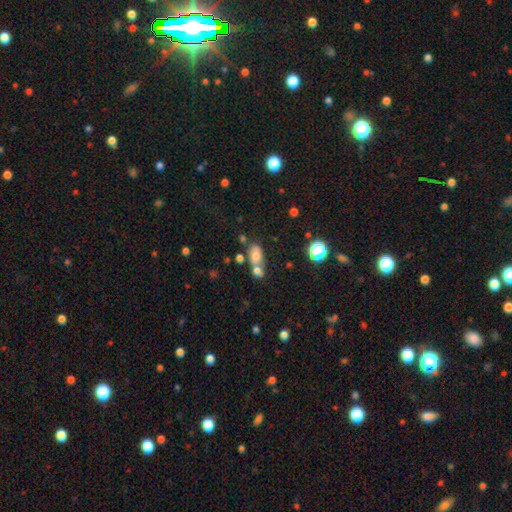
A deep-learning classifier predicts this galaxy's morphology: This is likely a smooth galaxy (70%). How rounded: likely in between (80%). Merging: possibly merger (47%).